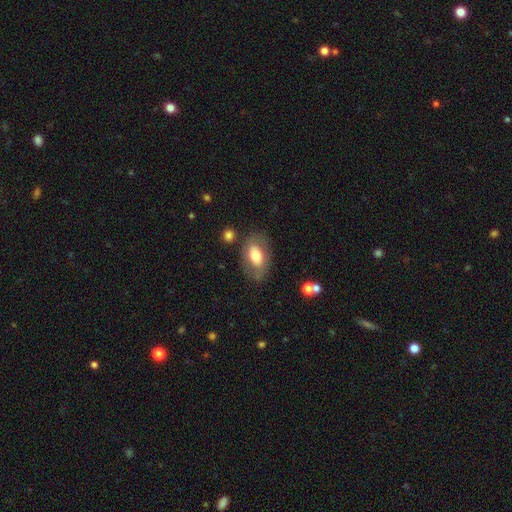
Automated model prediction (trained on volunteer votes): A smooth galaxy with no disk features (62%) that is in between round and cigar-shaped (87%). Merging: none (72%).